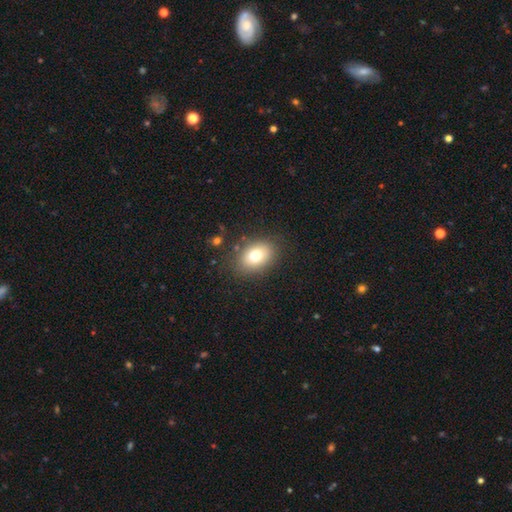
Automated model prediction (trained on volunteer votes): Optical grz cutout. It shows a smooth galaxy with no disk features (77%) that is in between round and cigar-shaped (78%). Merging: none (82%).